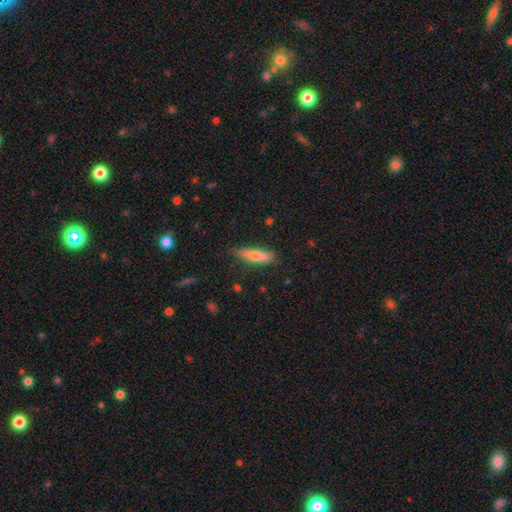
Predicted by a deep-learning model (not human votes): Smooth or featured?
  - smooth: 70% *
  - featured or disk: 23%
  - star or artifact: 7%
How rounded?
  - cigar-shaped: 72% *
  - in between: 26%
  - round: 2%
Merging?
  - none: 76% *
  - minor disturbance: 19%
  - major disturbance: 3%
  - merger: 2%